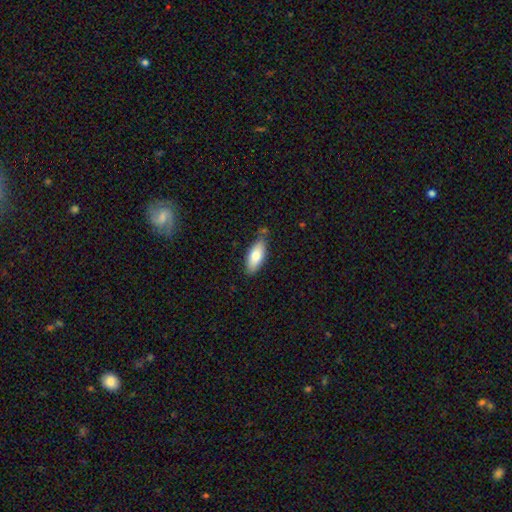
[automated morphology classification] The model was most divided on "how rounded": in between: 77%, cigar-shaped: 21%, round: 2%. More confident: smooth or featured — smooth (78%); merging — none (77%).